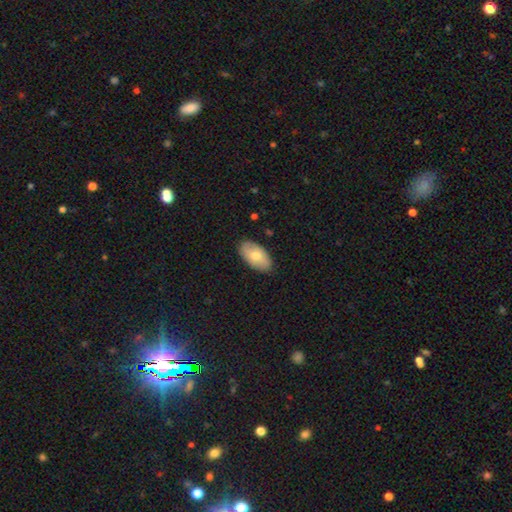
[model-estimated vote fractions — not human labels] This appears to be a smooth galaxy with no disk features (66%) that is in between round and cigar-shaped (95%). Merging: none (85%).